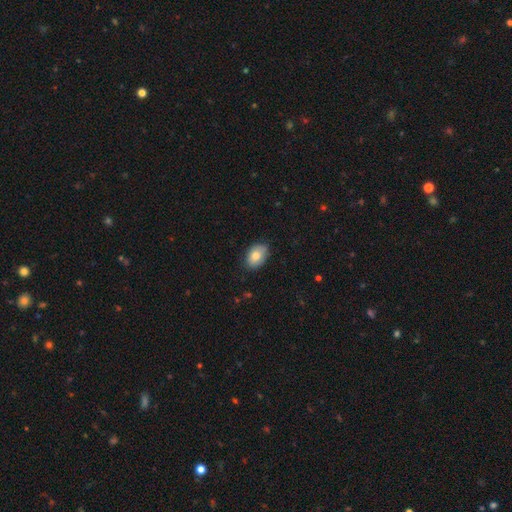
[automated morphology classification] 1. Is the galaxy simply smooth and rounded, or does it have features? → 80% smooth, 13% featured or disk, 7% star or artifact.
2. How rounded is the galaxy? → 87% in between, 12% round, 1% cigar-shaped.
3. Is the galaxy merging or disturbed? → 79% none, 18% minor disturbance, 3% major disturbance, 1% merger.